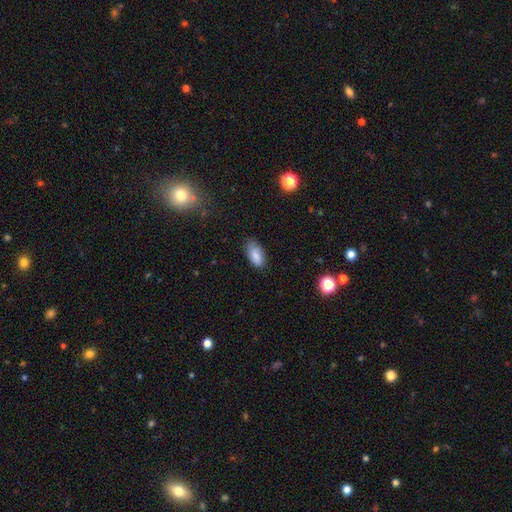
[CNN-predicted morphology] smooth 85%, star or artifact 8%, featured or disk 8%. Down the decision tree: how rounded — in between (92%); merging — none (71%).